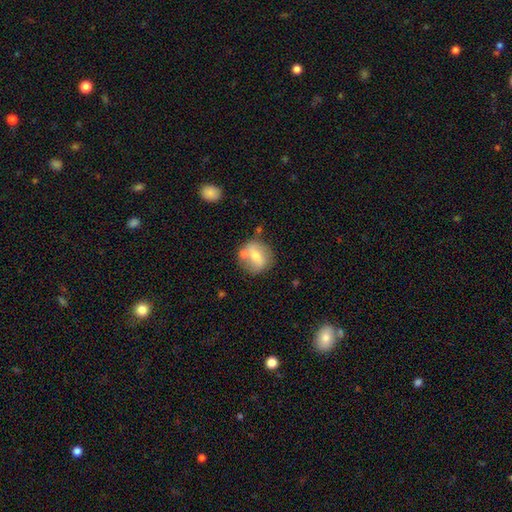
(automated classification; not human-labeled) The model was most divided on "smooth or featured": smooth: 52%, featured or disk: 41%, star or artifact: 8%. More confident: how rounded — round (76%); merging — none (62%).